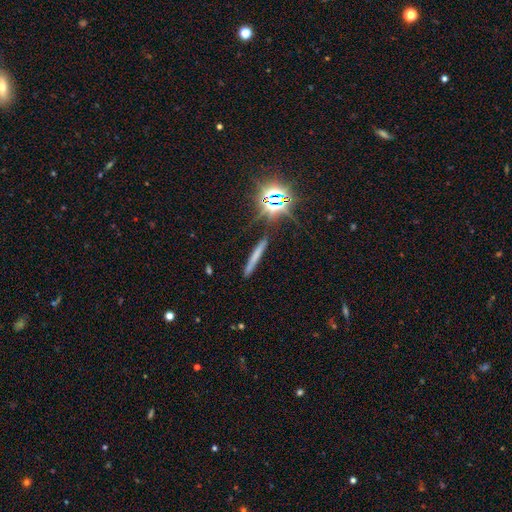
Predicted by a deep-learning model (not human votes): Smooth or featured: smooth — 53% (featured or disk — 24%)
How rounded: cigar-shaped — 94% (in between — 4%)
Merging: none — 84% (minor disturbance — 10%)